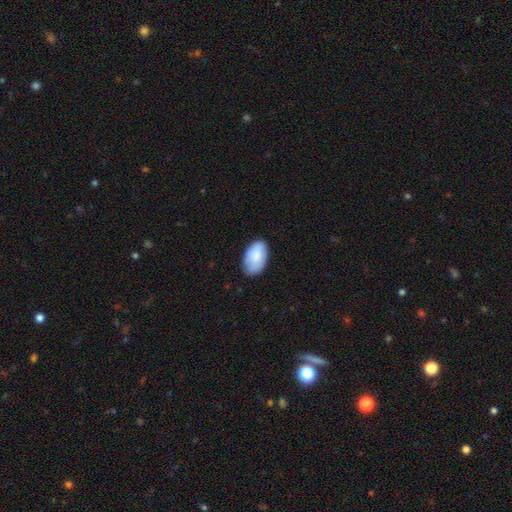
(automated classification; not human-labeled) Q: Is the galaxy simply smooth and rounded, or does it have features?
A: smooth — 85%.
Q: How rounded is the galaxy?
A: in between — 94%.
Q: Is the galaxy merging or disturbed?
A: none — 80%.